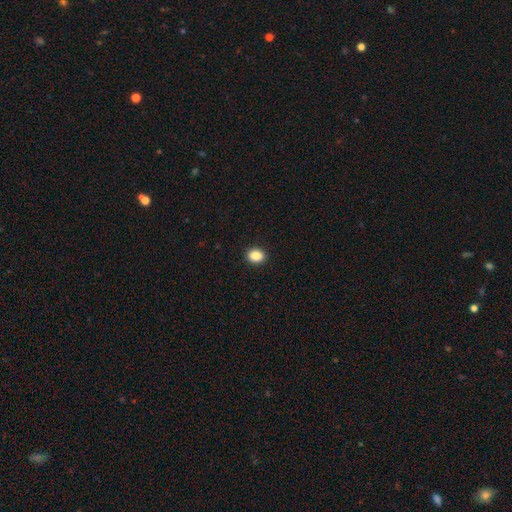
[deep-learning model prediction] Smooth or featured? Predicted: smooth (p=0.88). How rounded? Predicted: in between (p=0.57). Merging? Predicted: none (p=0.92).